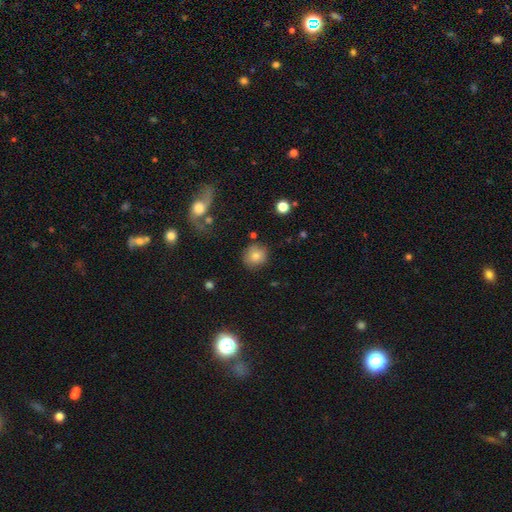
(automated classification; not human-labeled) The model was most divided on "smooth or featured": smooth: 79%, featured or disk: 11%, star or artifact: 10%. More confident: how rounded — round (88%); merging — none (82%).